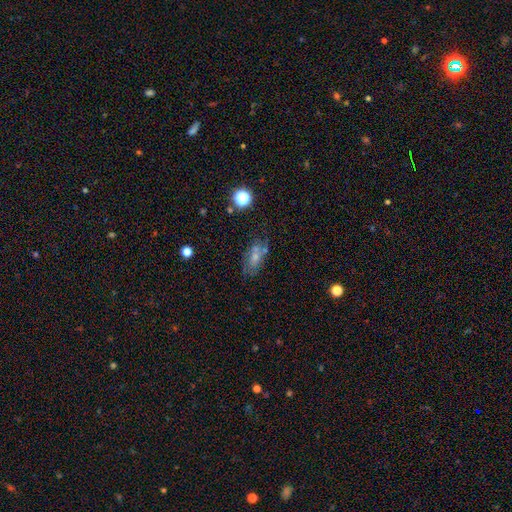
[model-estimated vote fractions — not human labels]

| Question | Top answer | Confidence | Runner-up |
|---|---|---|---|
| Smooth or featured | smooth | 49% | featured or disk (36%) |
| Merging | none | 55% | minor disturbance (21%) |